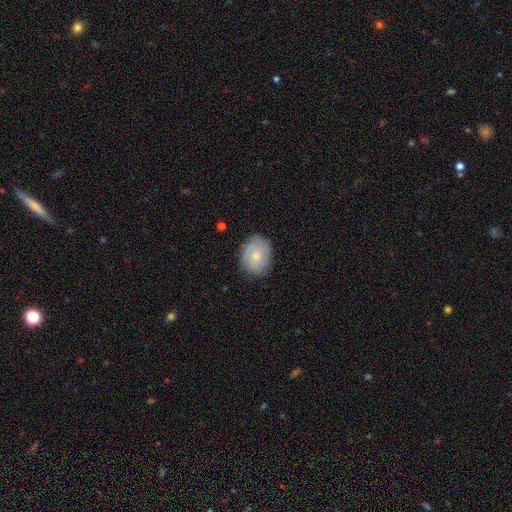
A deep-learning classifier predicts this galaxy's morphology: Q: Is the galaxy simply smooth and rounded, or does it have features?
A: smooth — 48%.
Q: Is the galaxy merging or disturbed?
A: none — 75%.